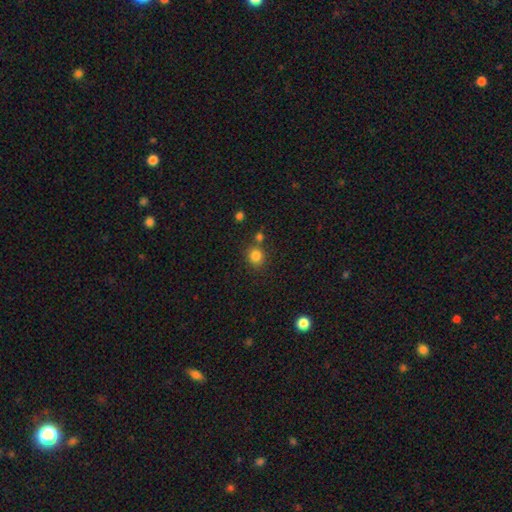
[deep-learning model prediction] Morphology: type=smooth (83%); roundness=round (87%); merging=none (73%).